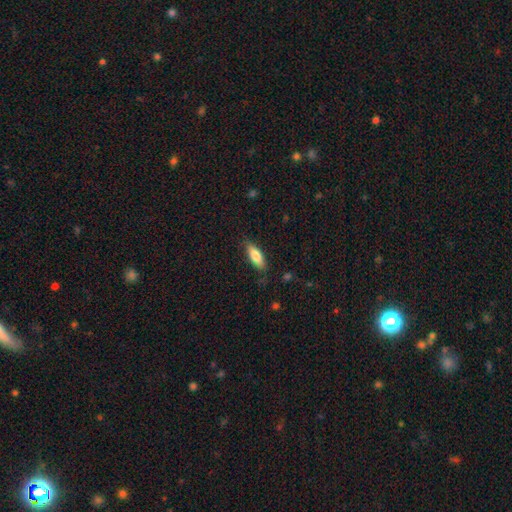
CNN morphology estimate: This appears to be a smooth galaxy with no disk features (78%) that is in between round and cigar-shaped (65%). Merging: none (80%).